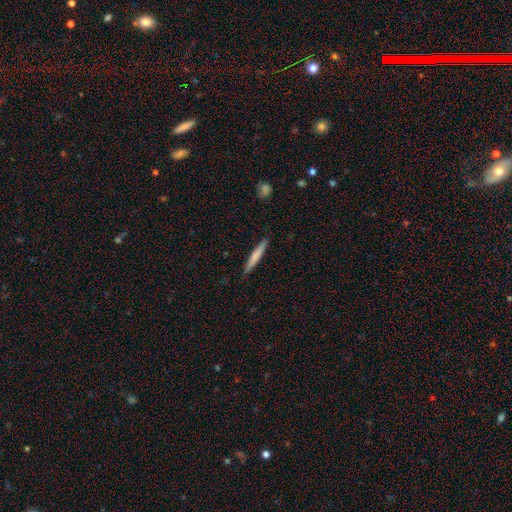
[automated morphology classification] Smooth or featured?
  - smooth: 70% *
  - featured or disk: 25%
  - star or artifact: 5%
How rounded?
  - cigar-shaped: 95% *
  - in between: 4%
  - round: 1%
Merging?
  - none: 90% *
  - minor disturbance: 7%
  - major disturbance: 1%
  - merger: 1%